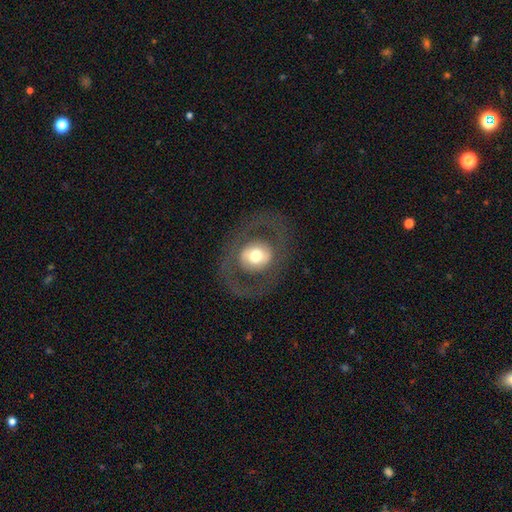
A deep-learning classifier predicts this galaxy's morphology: type=featured or disk (54%); edge-on=no (93%); bar=no (65%); spiral arms=no (78%); bulge=moderate (56%); merging=none (78%).